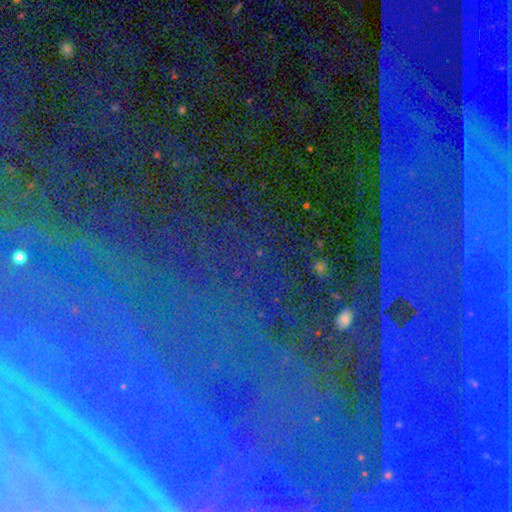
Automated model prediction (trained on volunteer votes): star or artifact 80%, featured or disk 11%, smooth 9%.